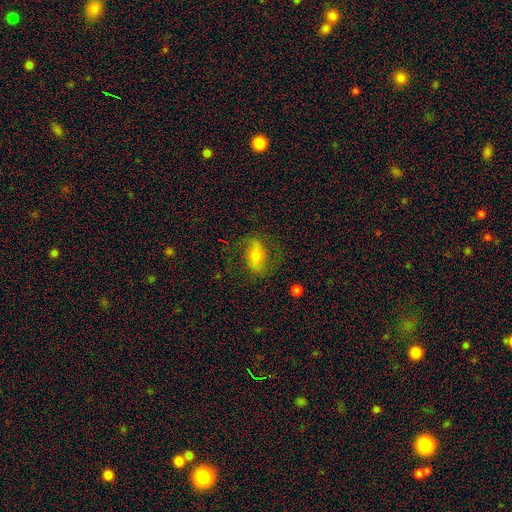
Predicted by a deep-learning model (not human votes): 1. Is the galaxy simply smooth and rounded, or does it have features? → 50% smooth, 41% featured or disk, 10% star or artifact.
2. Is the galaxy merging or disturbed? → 73% none, 17% minor disturbance, 9% major disturbance, 2% merger.